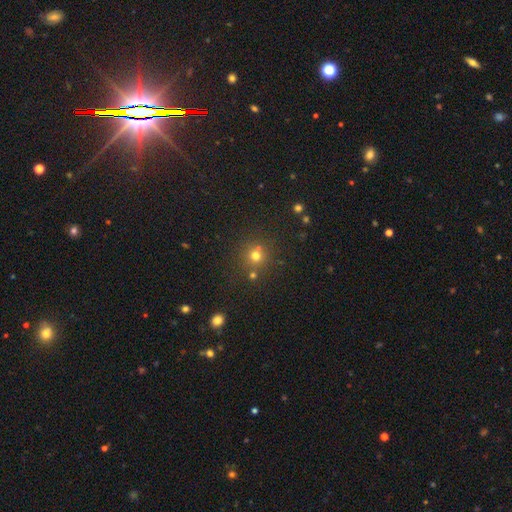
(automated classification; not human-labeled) Morphology: type=smooth (69%); roundness=round (92%); merging=none (74%).